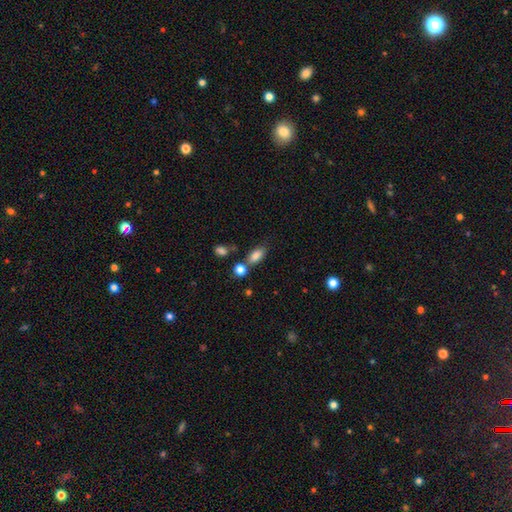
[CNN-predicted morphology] Q: Smooth or featured?
A: smooth (84%); runner-up: star or artifact (9%)
Q: How rounded?
A: in between (86%); runner-up: cigar-shaped (7%)
Q: Merging?
A: none (64%); runner-up: merger (16%)